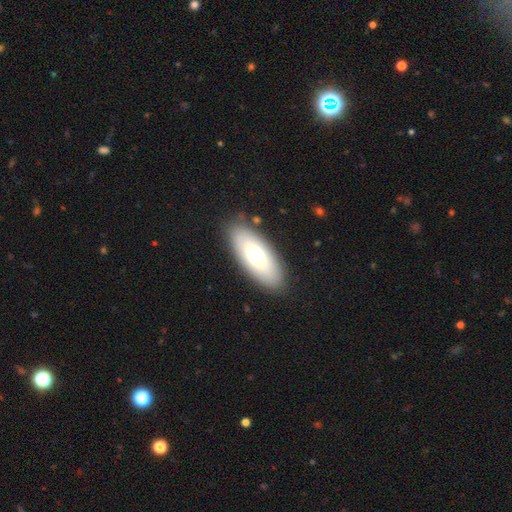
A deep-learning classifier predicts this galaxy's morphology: Overall: smooth (70%). How rounded: in between (83%). Merging: none (86%).